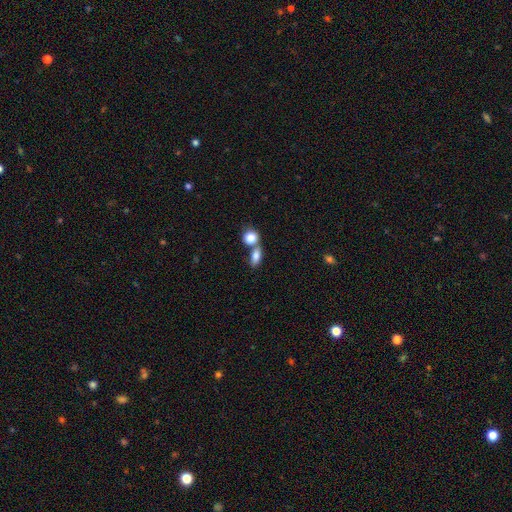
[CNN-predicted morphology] The model was most divided on "merging": merger: 44%, none: 42%, minor disturbance: 9%, major disturbance: 4%. More confident: smooth or featured — smooth (81%); how rounded — in between (72%).